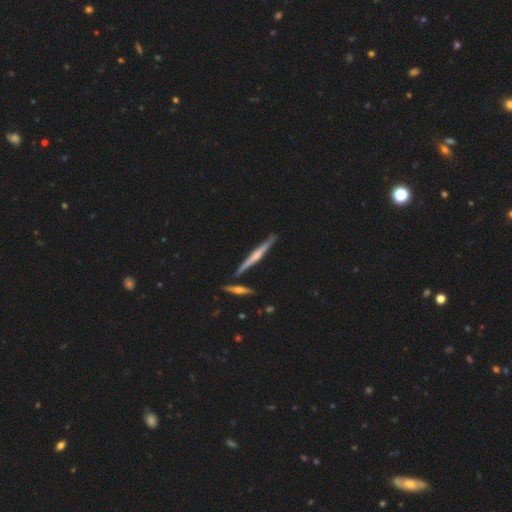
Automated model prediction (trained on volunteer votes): The model was most divided on "edge-on bulge": rounded: 61%, none: 26%, boxy: 13%. More confident: edge-on disk — yes (98%); merging — none (85%); smooth or featured — featured or disk (68%).